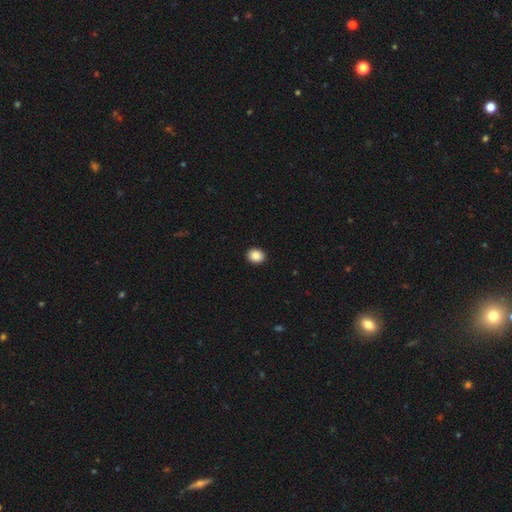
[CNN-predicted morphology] Smooth or featured? smooth (88%)
How rounded? round (66%)
Merging? none (93%)